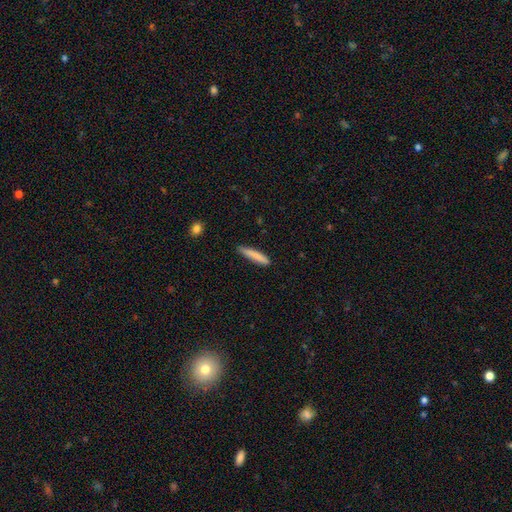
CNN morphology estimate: This is clearly a smooth galaxy (81%). How rounded: clearly cigar-shaped (91%). Merging: clearly none (81%).